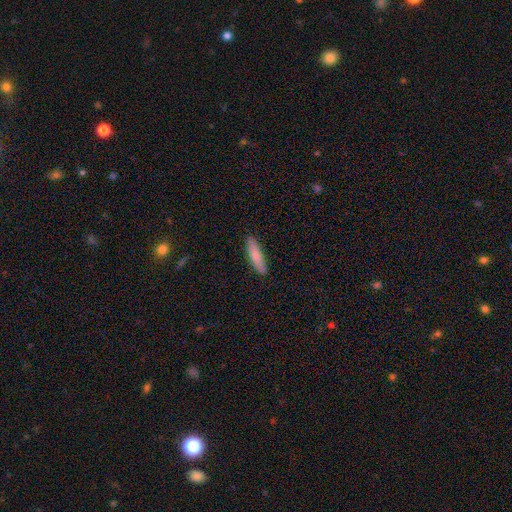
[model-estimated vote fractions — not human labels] Morphology: type=smooth (79%); roundness=cigar-shaped (74%); merging=none (88%).